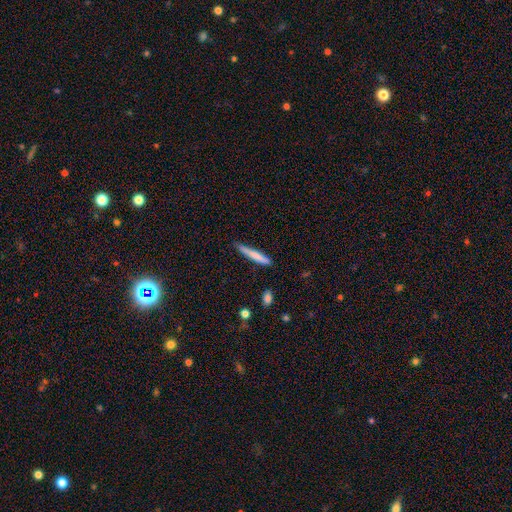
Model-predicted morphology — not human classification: Smooth or featured: smooth — 71% (featured or disk — 23%)
How rounded: cigar-shaped — 95% (in between — 4%)
Merging: none — 81% (minor disturbance — 15%)